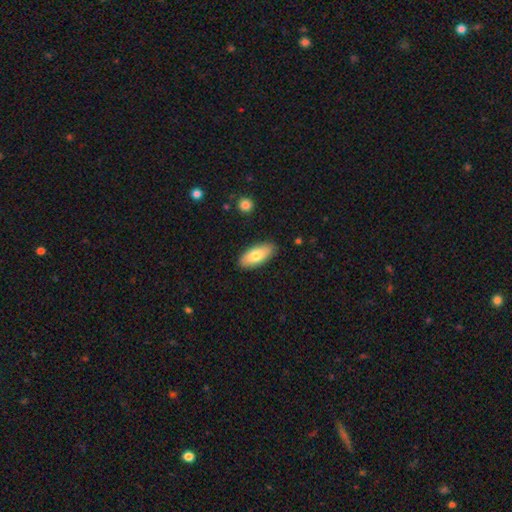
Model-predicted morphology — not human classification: The model was most divided on "smooth or featured": smooth: 74%, featured or disk: 20%, star or artifact: 6%. More confident: merging — none (87%); how rounded — in between (86%).